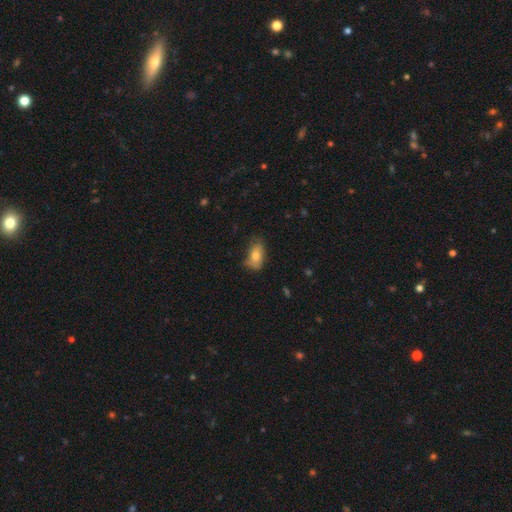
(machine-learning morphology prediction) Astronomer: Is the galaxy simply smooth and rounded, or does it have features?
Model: smooth — 73%.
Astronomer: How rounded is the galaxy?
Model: in between — 89%.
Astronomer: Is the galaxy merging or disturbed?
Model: none — 58%.